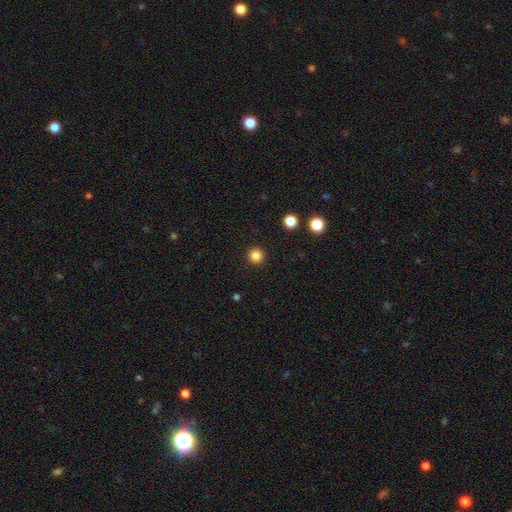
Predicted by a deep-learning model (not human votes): Smooth or featured: smooth — 84% (star or artifact — 12%)
How rounded: round — 96% (in between — 3%)
Merging: none — 93% (minor disturbance — 4%)